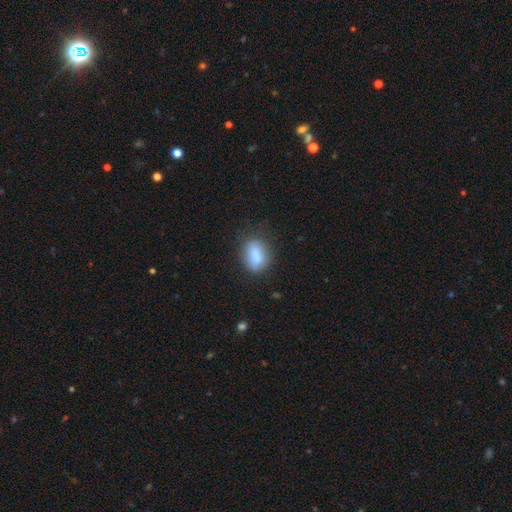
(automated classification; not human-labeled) Smooth or featured: smooth — 78% (featured or disk — 13%)
How rounded: in between — 70% (round — 27%)
Merging: none — 63% (minor disturbance — 22%)